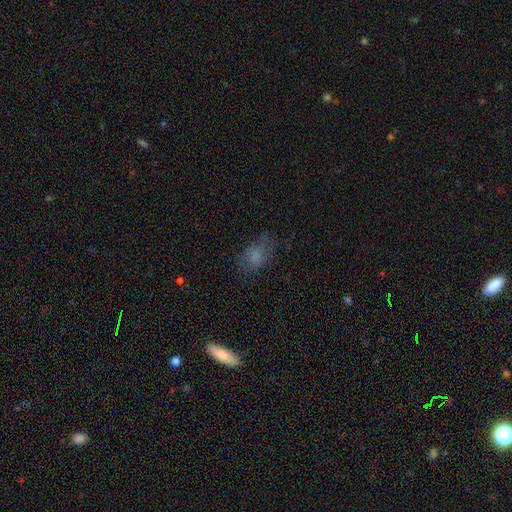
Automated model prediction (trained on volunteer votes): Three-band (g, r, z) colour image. It shows a smooth galaxy with no disk features (66%) that is in between round and cigar-shaped (82%). Merging: none (54%).